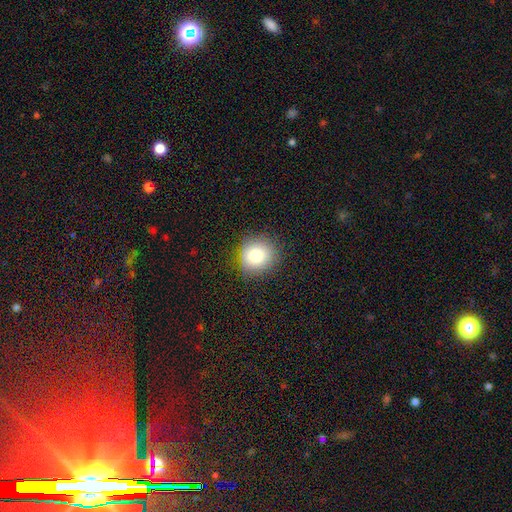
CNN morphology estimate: Smooth or featured? smooth (80%)
How rounded? round (86%)
Merging? none (84%)